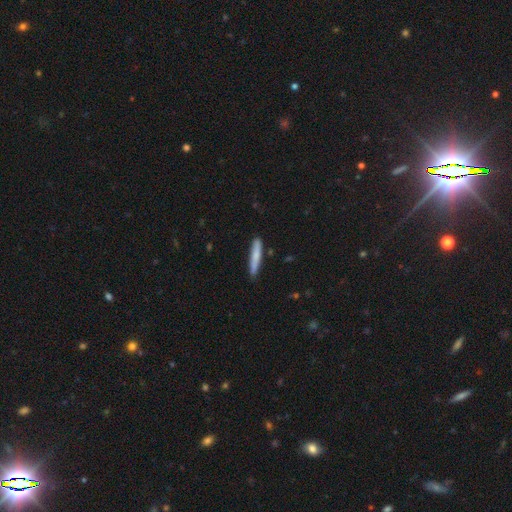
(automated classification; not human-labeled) This is likely a smooth galaxy (75%). How rounded: clearly cigar-shaped (93%). Merging: clearly none (85%).